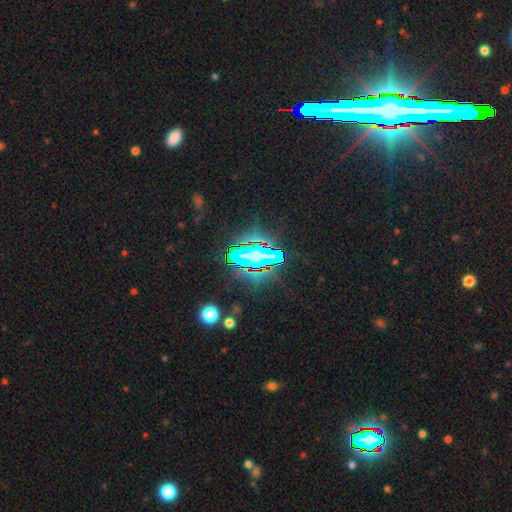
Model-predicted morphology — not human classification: A star or artifact, not a galaxy (69%).

Vote fractions:
- Smooth or featured? star or artifact: 69% / smooth: 17% / featured or disk: 15%